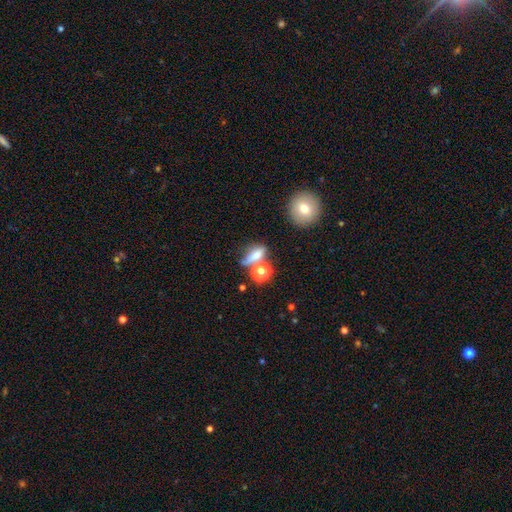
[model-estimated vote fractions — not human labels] A smooth galaxy with no disk features (67%) that is in between round and cigar-shaped (51%).

Vote fractions:
- Smooth or featured? smooth: 67% / featured or disk: 17% / star or artifact: 16%
- How rounded? in between: 51% / cigar-shaped: 25% / round: 24%
- Merging? none: 46% / merger: 29% / minor disturbance: 15% / major disturbance: 10%